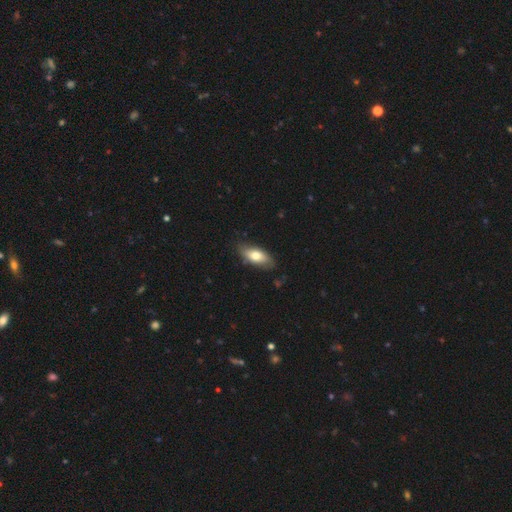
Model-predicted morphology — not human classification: smooth-or-featured: smooth: 71% | featured or disk: 23% | star or artifact: 6%
  how-rounded: in between: 86% | cigar-shaped: 12% | round: 3%
  merging: none: 77% | minor disturbance: 18% | major disturbance: 3% | merger: 1%